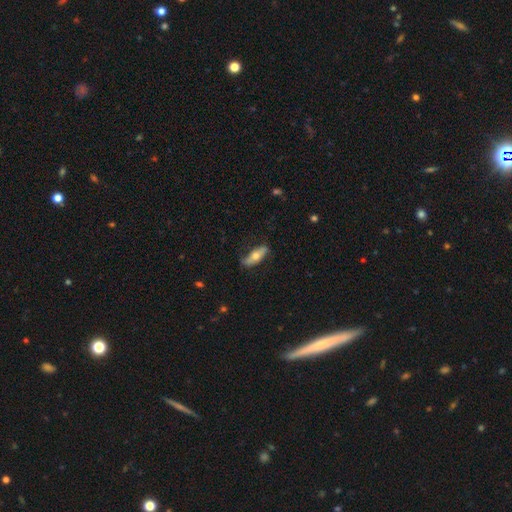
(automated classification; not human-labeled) The model was most divided on "how rounded": in between: 52%, cigar-shaped: 45%, round: 3%. More confident: merging — none (74%); smooth or featured — smooth (56%).